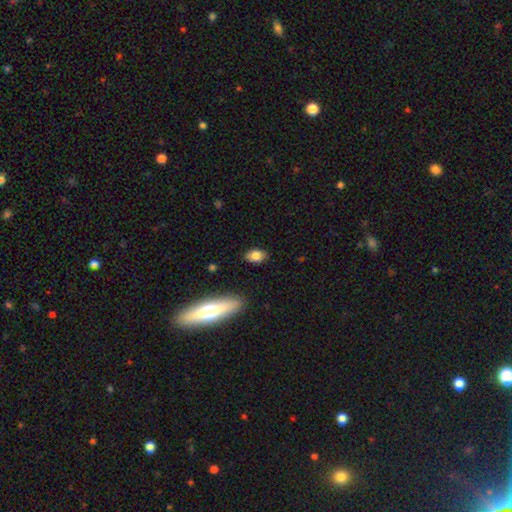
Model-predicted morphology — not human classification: Smooth or featured?
  - smooth: 80% *
  - featured or disk: 12%
  - star or artifact: 8%
How rounded?
  - in between: 83% *
  - round: 14%
  - cigar-shaped: 3%
Merging?
  - none: 84% *
  - minor disturbance: 12%
  - major disturbance: 3%
  - merger: 2%